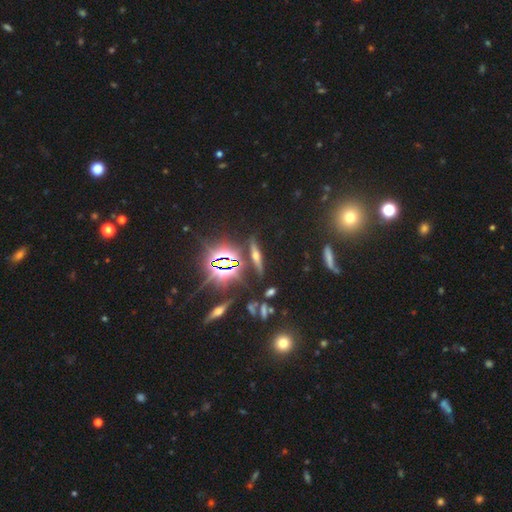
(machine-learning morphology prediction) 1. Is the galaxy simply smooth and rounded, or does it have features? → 38% featured or disk, 35% star or artifact, 27% smooth.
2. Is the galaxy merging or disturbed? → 84% none, 9% minor disturbance, 4% merger, 3% major disturbance.